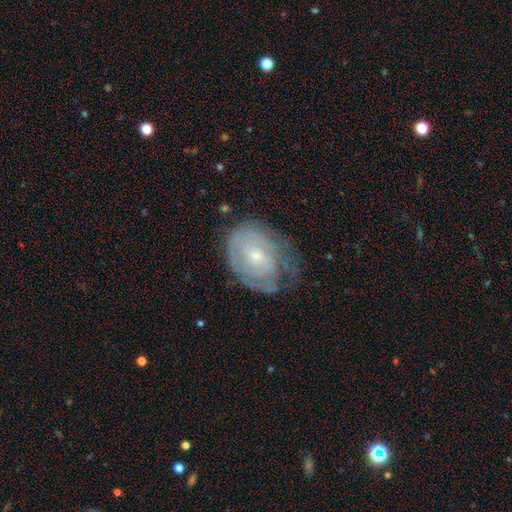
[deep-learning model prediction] Smooth or featured? Predicted: featured or disk (p=0.69). Edge-on disk? Predicted: no (p=0.96). Bar? Predicted: no (p=0.72). Spiral arms? Predicted: yes (p=0.76). Spiral winding? Predicted: tight (p=0.71). Spiral arm count? Predicted: can't tell (p=0.53). Bulge size? Predicted: small (p=0.64). Merging? Predicted: none (p=0.54).